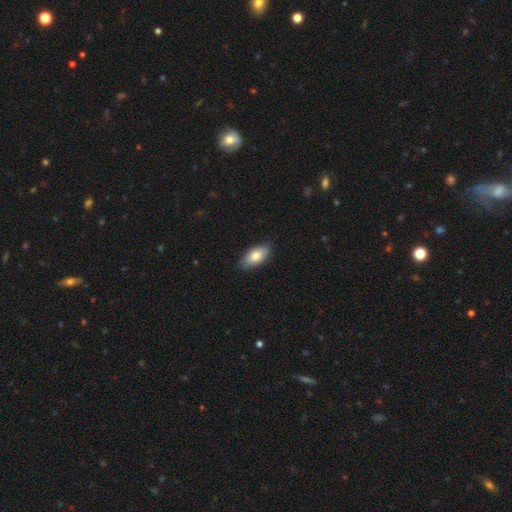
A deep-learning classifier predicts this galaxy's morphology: smooth_or_featured: smooth (p=0.81) [alt: featured or disk p=0.13]
how_rounded: in between (p=0.91) [alt: cigar-shaped p=0.06]
merging: none (p=0.84) [alt: minor disturbance p=0.13]